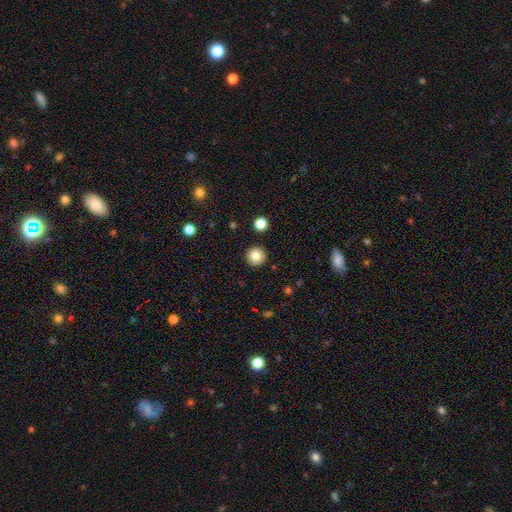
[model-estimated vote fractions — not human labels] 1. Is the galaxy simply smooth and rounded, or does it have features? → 83% smooth, 10% star or artifact, 7% featured or disk.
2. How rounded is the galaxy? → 95% round, 4% in between, 1% cigar-shaped.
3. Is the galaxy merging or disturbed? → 92% none, 5% minor disturbance, 2% major disturbance, 1% merger.